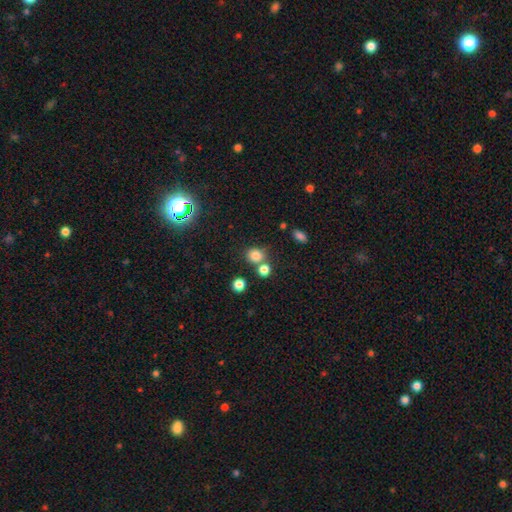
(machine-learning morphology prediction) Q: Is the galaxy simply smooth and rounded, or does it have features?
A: smooth — 79%.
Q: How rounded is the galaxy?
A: round — 80%.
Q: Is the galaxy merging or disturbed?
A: none — 63%.